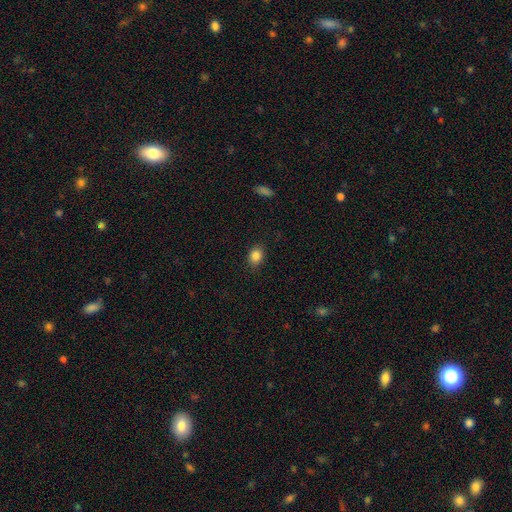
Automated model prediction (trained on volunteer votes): Smooth or featured?
  - smooth: 85% *
  - star or artifact: 10%
  - featured or disk: 5%
How rounded?
  - in between: 55% *
  - round: 43%
  - cigar-shaped: 1%
Merging?
  - none: 86% *
  - minor disturbance: 10%
  - major disturbance: 3%
  - merger: 1%